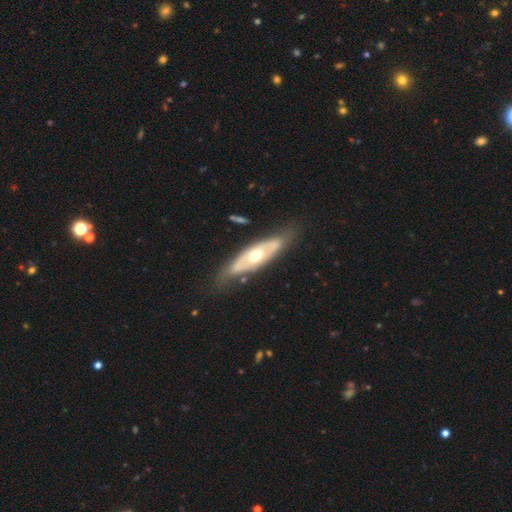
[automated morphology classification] smooth-or-featured: featured or disk: 65% | smooth: 30% | star or artifact: 5%
  disk-edge-on: no: 71% | yes: 29%
  merging: none: 70% | minor disturbance: 21% | major disturbance: 7% | merger: 2%